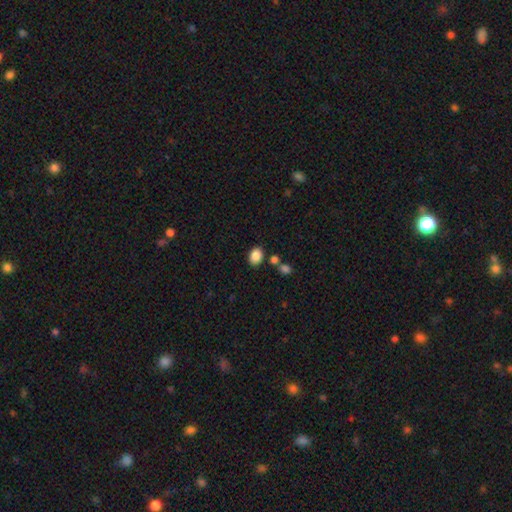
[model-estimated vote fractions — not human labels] The model was most divided on "how rounded": in between: 64%, round: 35%, cigar-shaped: 1%. More confident: smooth or featured — smooth (87%); merging — none (79%).